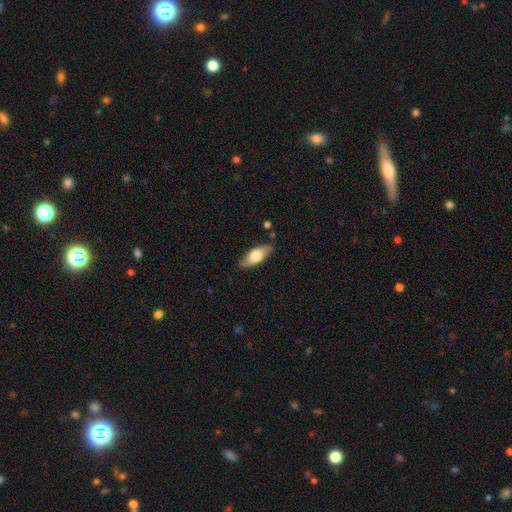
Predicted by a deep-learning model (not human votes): Q: Smooth or featured?
A: smooth (60%); runner-up: featured or disk (34%)
Q: How rounded?
A: in between (73%); runner-up: cigar-shaped (24%)
Q: Merging?
A: none (83%); runner-up: minor disturbance (13%)